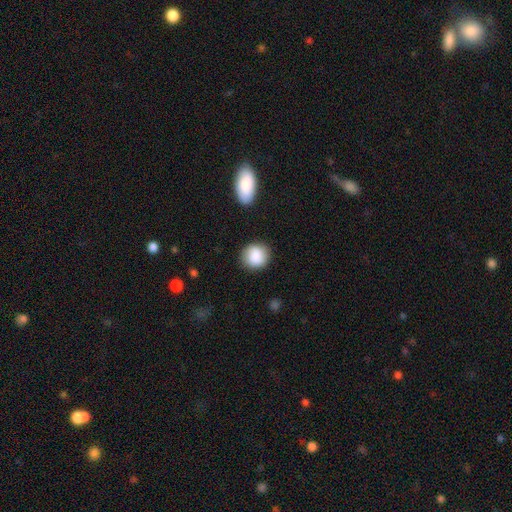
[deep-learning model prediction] This is clearly a smooth galaxy (85%). How rounded: clearly round (87%). Merging: clearly none (85%).